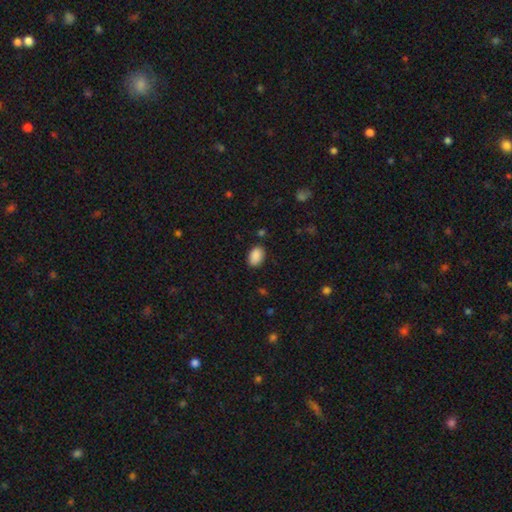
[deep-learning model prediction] Smooth or featured?
  - smooth: 89% *
  - star or artifact: 8%
  - featured or disk: 3%
How rounded?
  - in between: 88% *
  - round: 11%
  - cigar-shaped: 1%
Merging?
  - none: 85% *
  - minor disturbance: 11%
  - major disturbance: 3%
  - merger: 2%